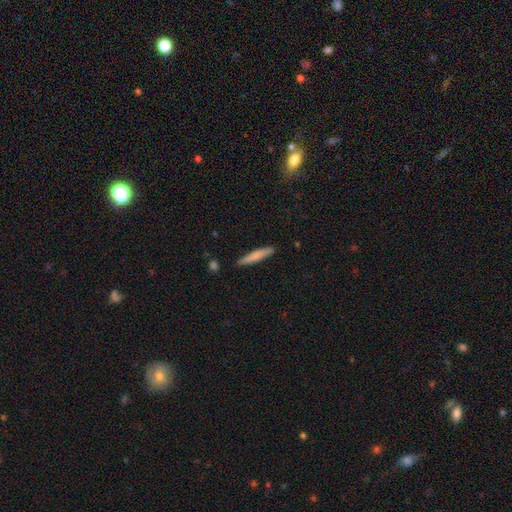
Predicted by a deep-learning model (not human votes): Smooth or featured: smooth — 73% (featured or disk — 21%)
How rounded: cigar-shaped — 92% (in between — 6%)
Merging: none — 86% (minor disturbance — 11%)